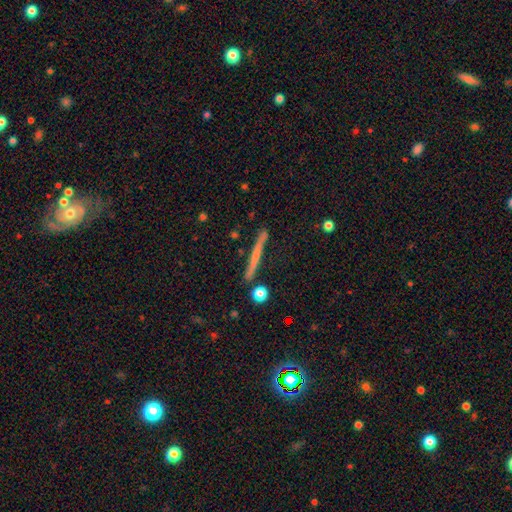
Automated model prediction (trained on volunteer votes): Smooth or featured? Predicted: featured or disk (p=0.50). Edge-on disk? Predicted: yes (p=0.97). Merging? Predicted: none (p=0.87).